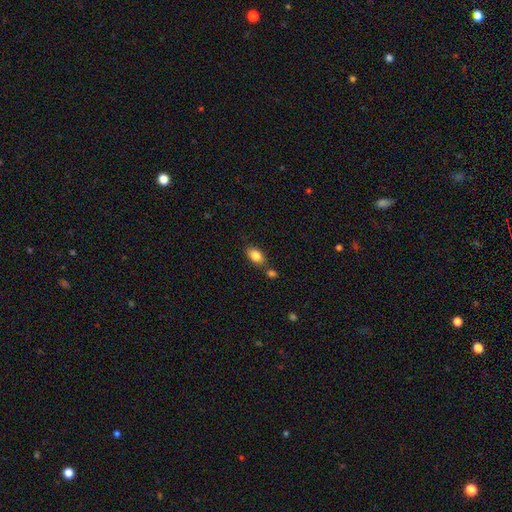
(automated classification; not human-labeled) Smooth or featured: smooth — 84% (featured or disk — 8%)
How rounded: in between — 86% (round — 12%)
Merging: none — 65% (merger — 18%)